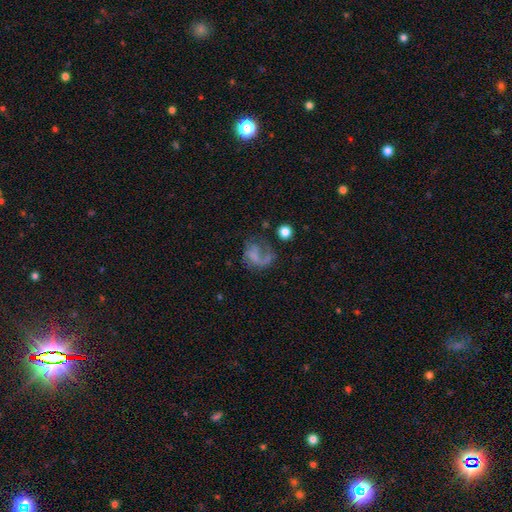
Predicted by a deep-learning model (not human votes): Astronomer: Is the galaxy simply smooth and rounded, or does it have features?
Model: featured or disk — 51% (runner-up: smooth, 35%).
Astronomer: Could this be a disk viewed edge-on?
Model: no — 98%.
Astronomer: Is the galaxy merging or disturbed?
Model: major disturbance — 47% (runner-up: none, 28%).